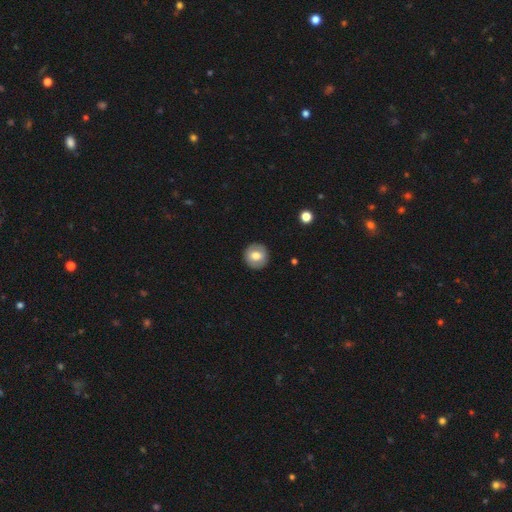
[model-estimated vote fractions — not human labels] A smooth galaxy with no disk features (71%) that is round (91%). Merging: none (90%).